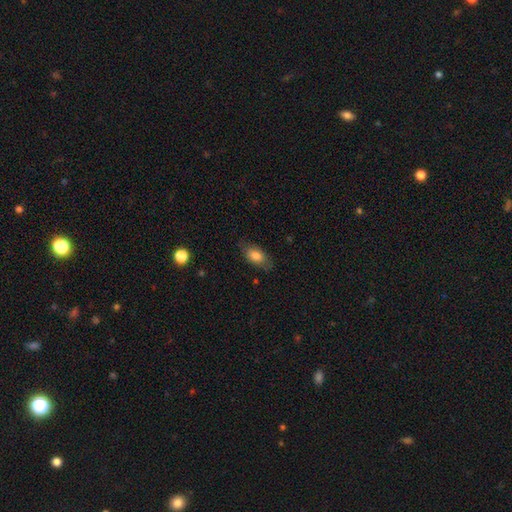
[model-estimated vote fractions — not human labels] smooth 77%, featured or disk 15%, star or artifact 7%. Down the decision tree: how rounded — in between (89%); merging — none (76%).